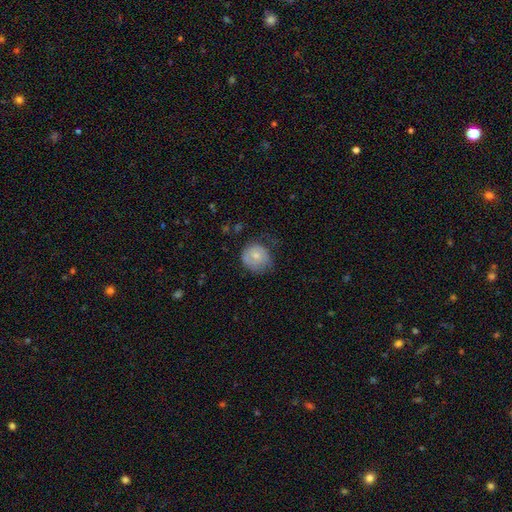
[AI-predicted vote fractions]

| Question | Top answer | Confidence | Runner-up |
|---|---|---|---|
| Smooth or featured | smooth | 70% | featured or disk (23%) |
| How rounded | round | 84% | in between (15%) |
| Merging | none | 55% | minor disturbance (30%) |